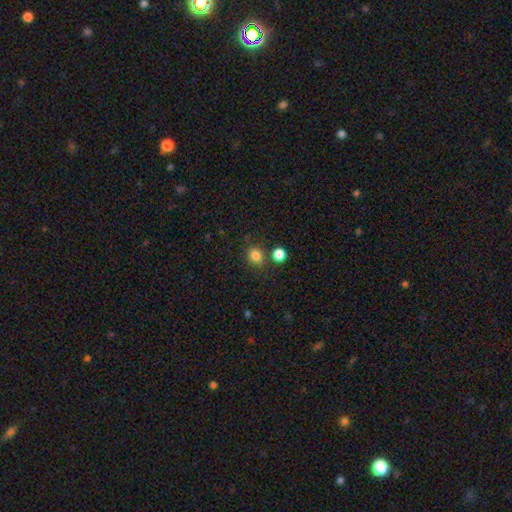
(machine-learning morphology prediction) Smooth or featured: smooth — 82% (star or artifact — 12%)
How rounded: round — 67% (in between — 32%)
Merging: none — 73% (merger — 12%)